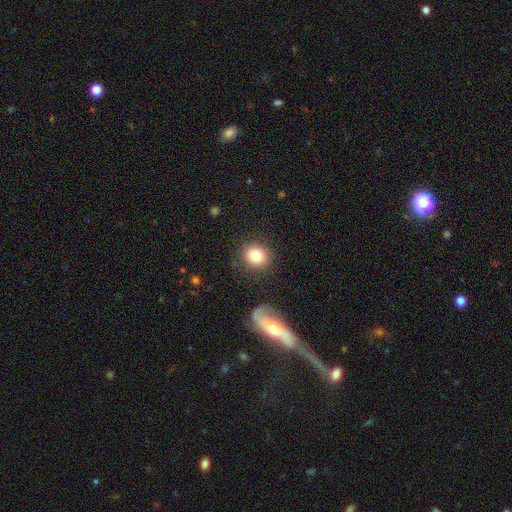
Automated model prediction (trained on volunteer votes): smooth-or-featured: smooth: 81% | star or artifact: 9% | featured or disk: 9%
  how-rounded: round: 85% | in between: 14% | cigar-shaped: 1%
  merging: none: 86% | minor disturbance: 8% | major disturbance: 3% | merger: 3%